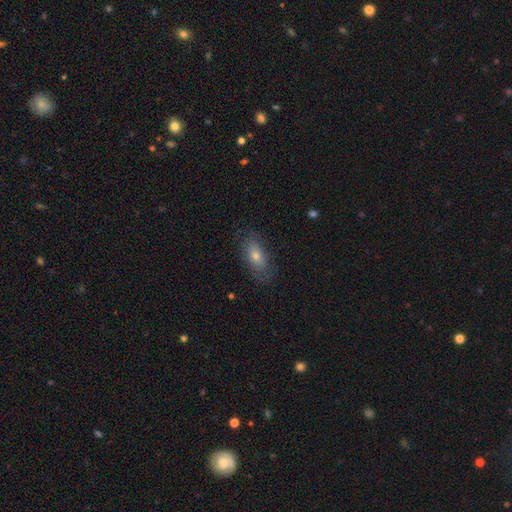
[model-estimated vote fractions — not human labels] smooth-or-featured: smooth: 56% | featured or disk: 33% | star or artifact: 11%
  how-rounded: in between: 83% | cigar-shaped: 11% | round: 6%
  merging: none: 76% | minor disturbance: 17% | major disturbance: 6% | merger: 1%